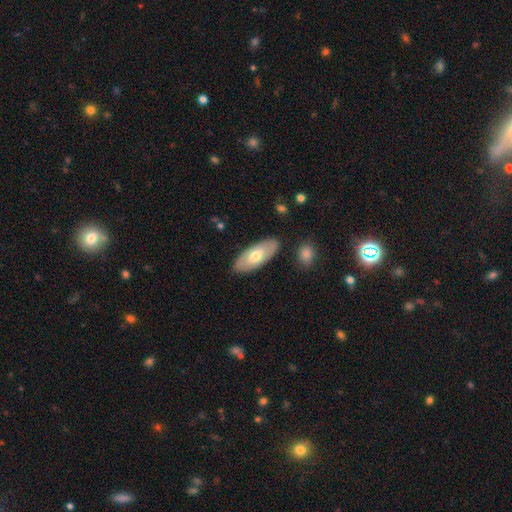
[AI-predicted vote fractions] Smooth or featured? smooth (58%)
How rounded? in between (87%)
Merging? none (86%)